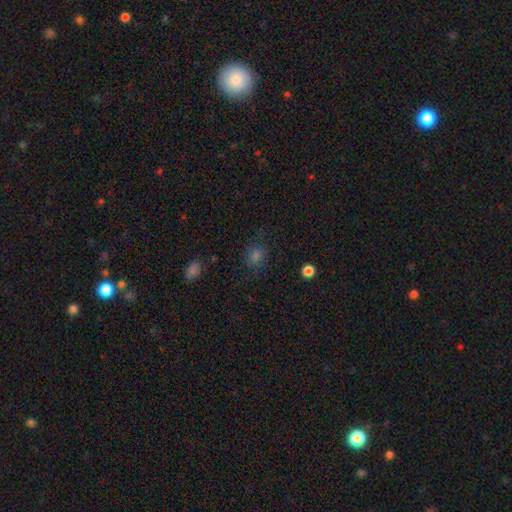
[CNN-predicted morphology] A smooth galaxy with no disk features (67%) that is round (67%). Merging: none (81%).